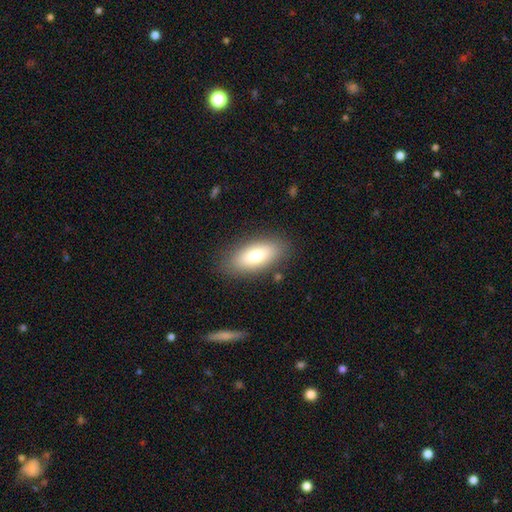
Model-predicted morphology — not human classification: smooth_or_featured: smooth (p=0.78) [alt: featured or disk p=0.15]
how_rounded: in between (p=0.83) [alt: cigar-shaped p=0.14]
merging: none (p=0.84) [alt: minor disturbance p=0.11]